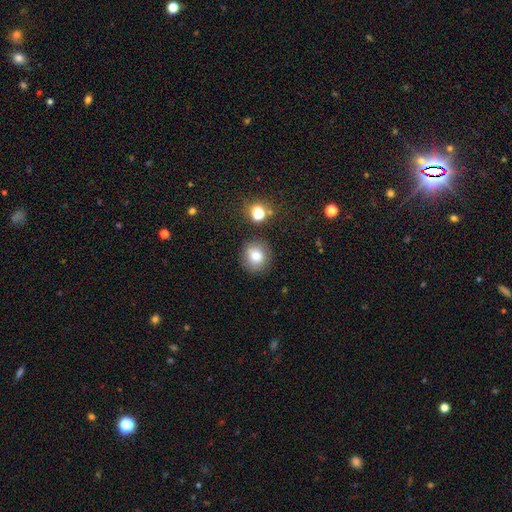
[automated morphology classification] Smooth or featured? Predicted: smooth (p=0.76). How rounded? Predicted: round (p=0.90). Merging? Predicted: none (p=0.83).